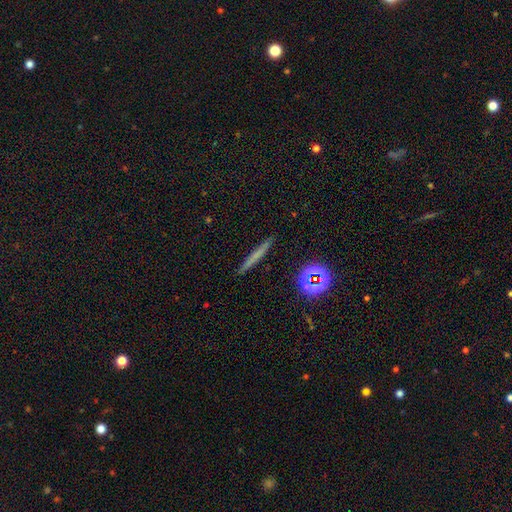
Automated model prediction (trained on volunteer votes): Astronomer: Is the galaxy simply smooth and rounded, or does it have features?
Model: smooth — 57%.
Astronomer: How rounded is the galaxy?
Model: cigar-shaped — 93%.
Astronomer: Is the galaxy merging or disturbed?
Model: none — 90%.